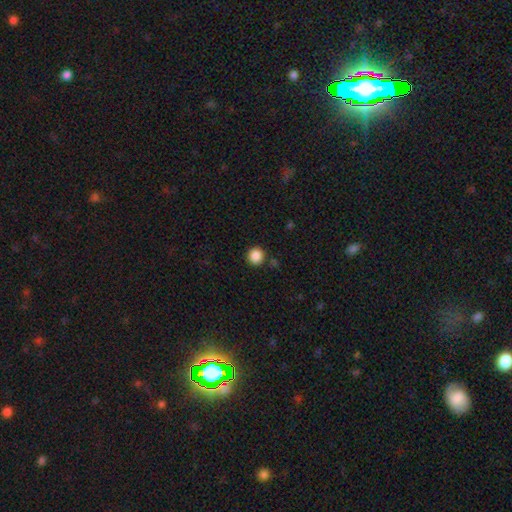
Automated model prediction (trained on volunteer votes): Q: Smooth or featured?
A: smooth (87%); runner-up: star or artifact (10%)
Q: How rounded?
A: round (94%); runner-up: in between (5%)
Q: Merging?
A: none (88%); runner-up: minor disturbance (6%)